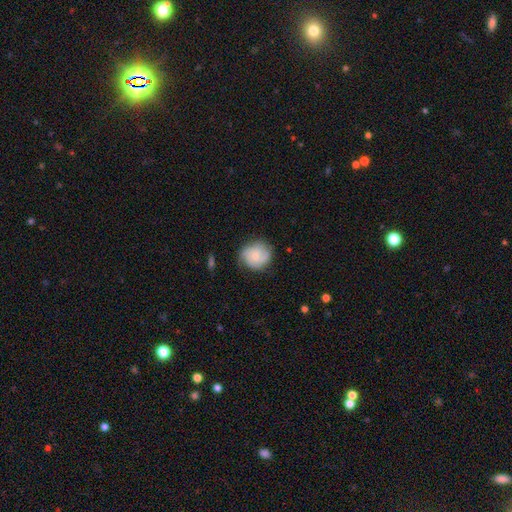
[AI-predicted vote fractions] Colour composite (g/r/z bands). It shows a featured or disk galaxy (47%). Merging: none (71%).